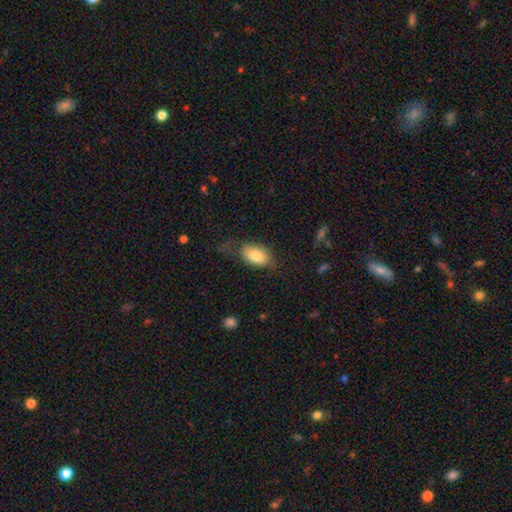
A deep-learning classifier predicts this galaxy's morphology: Smooth or featured? smooth (79%)
How rounded? in between (91%)
Merging? none (57%)